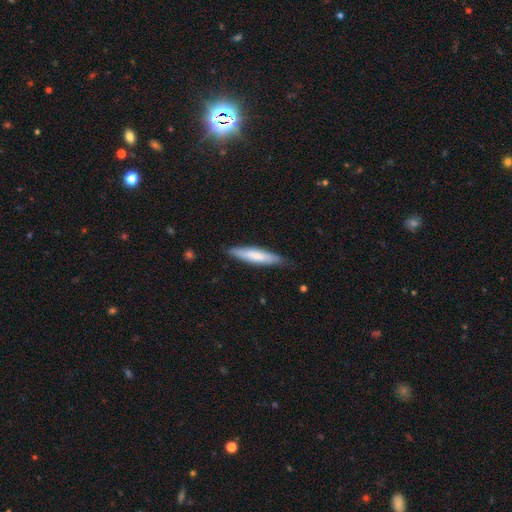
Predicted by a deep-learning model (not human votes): smooth-or-featured: smooth: 67% | featured or disk: 28% | star or artifact: 5%
  how-rounded: cigar-shaped: 85% | in between: 14% | round: 1%
  merging: none: 82% | minor disturbance: 15% | major disturbance: 2% | merger: 1%